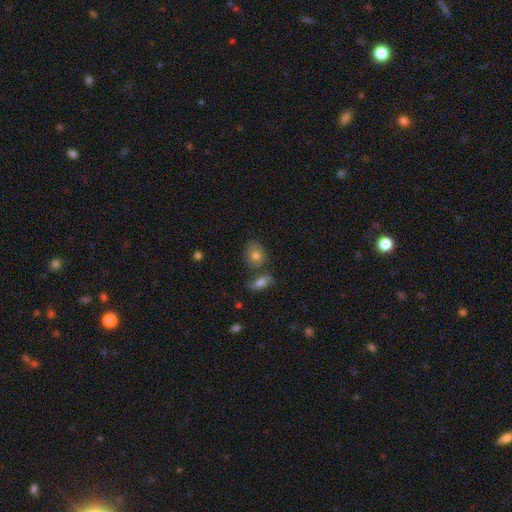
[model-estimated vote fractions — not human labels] Smooth or featured? smooth (66%)
How rounded? round (51%)
Merging? none (67%)